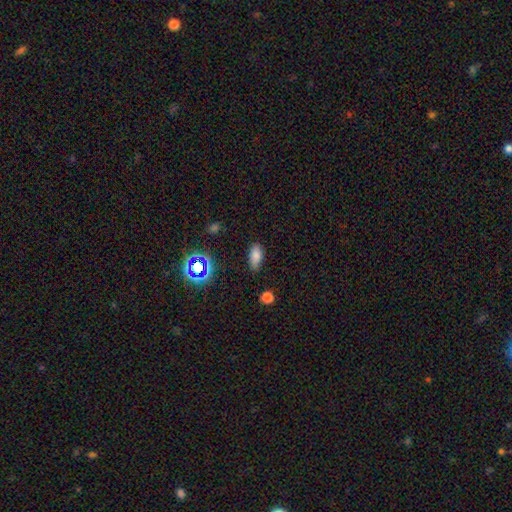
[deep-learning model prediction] Smooth or featured? Predicted: smooth (p=0.77). How rounded? Predicted: in between (p=0.85). Merging? Predicted: none (p=0.80).